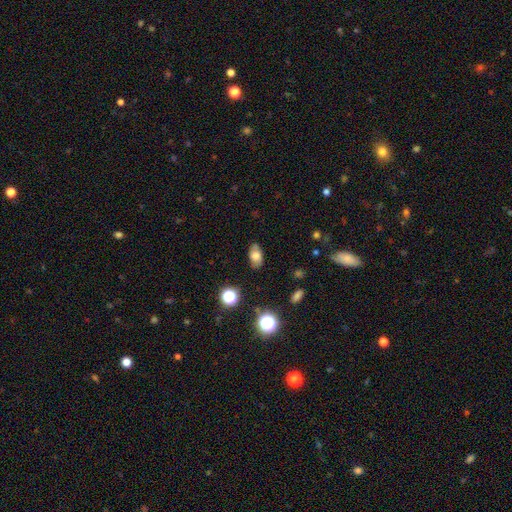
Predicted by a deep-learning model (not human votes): A smooth galaxy with no disk features (67%) that is in between round and cigar-shaped (89%).

Vote fractions:
- Smooth or featured? smooth: 67% / featured or disk: 21% / star or artifact: 12%
- How rounded? in between: 89% / round: 9% / cigar-shaped: 3%
- Merging? none: 80% / minor disturbance: 15% / major disturbance: 3% / merger: 2%